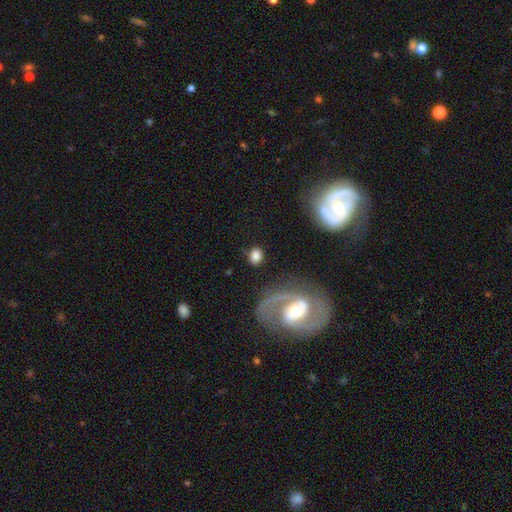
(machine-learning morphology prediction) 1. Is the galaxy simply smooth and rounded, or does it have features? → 75% smooth, 16% featured or disk, 9% star or artifact.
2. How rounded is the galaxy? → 52% round, 46% in between, 2% cigar-shaped.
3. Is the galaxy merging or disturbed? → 75% none, 12% minor disturbance, 7% major disturbance, 6% merger.